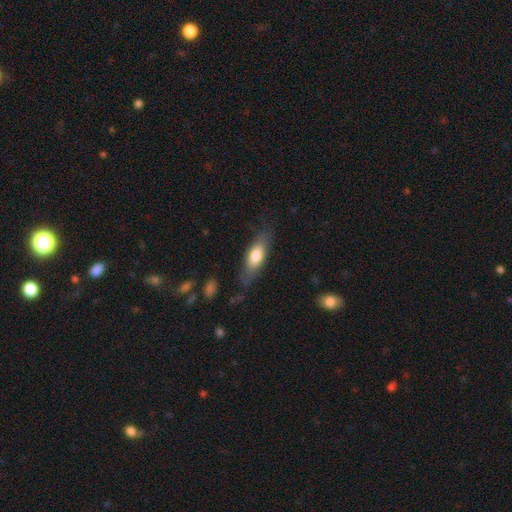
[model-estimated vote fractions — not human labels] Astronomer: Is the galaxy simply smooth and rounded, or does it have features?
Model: smooth — 68%.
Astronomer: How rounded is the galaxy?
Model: in between — 60% (runner-up: cigar-shaped, 38%).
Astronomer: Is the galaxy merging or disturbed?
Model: none — 71%.